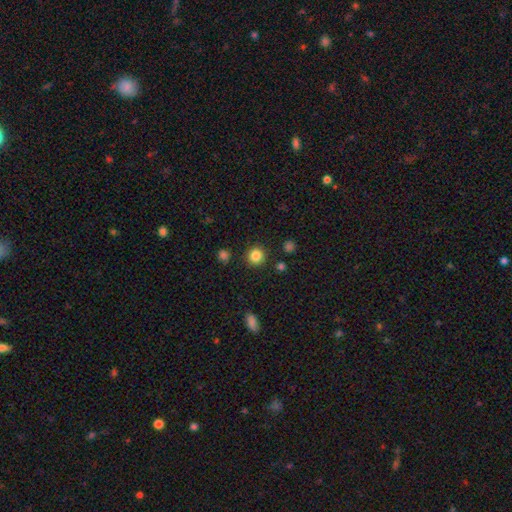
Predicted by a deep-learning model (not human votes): Smooth or featured? smooth (84%)
How rounded? round (93%)
Merging? none (90%)